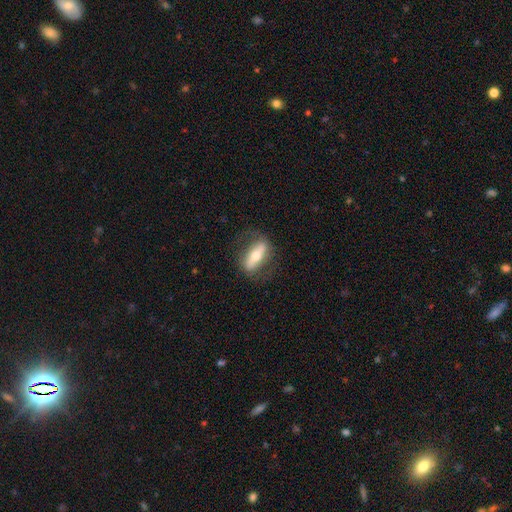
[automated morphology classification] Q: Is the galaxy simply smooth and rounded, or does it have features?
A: featured or disk — 54%.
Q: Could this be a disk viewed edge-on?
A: no — 61%.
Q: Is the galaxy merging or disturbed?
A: none — 75%.